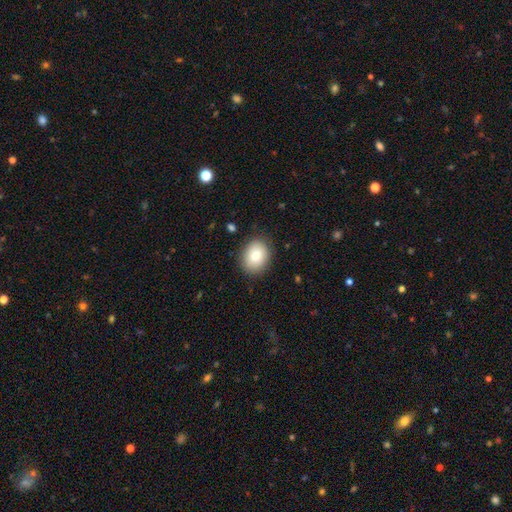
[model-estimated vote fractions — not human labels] Smooth or featured: smooth — 81% (featured or disk — 11%)
How rounded: in between — 59% (round — 40%)
Merging: none — 87% (minor disturbance — 10%)